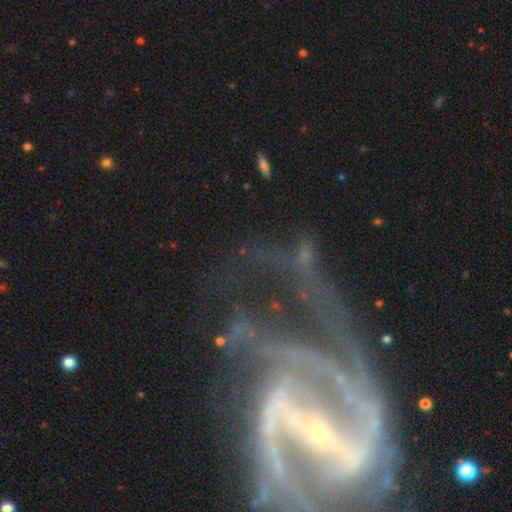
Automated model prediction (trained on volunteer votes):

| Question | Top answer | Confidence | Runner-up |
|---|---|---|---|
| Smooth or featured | featured or disk | 87% | star or artifact (8%) |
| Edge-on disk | no | 96% | yes (4%) |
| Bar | strong | 62% | weak (22%) |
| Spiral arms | yes | 92% | no (8%) |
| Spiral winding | medium | 46% | tight (28%) |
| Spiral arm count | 2 | 60% | can't tell (13%) |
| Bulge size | small | 84% | moderate (9%) |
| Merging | none | 42% | major disturbance (36%) |